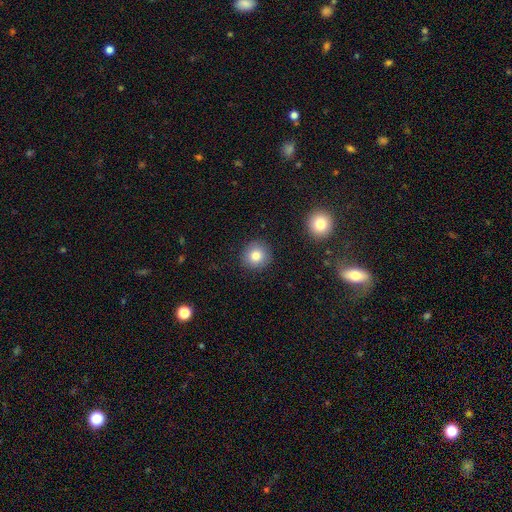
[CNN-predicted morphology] smooth-or-featured: smooth: 82% | star or artifact: 10% | featured or disk: 8%
  how-rounded: round: 92% | in between: 7% | cigar-shaped: 1%
  merging: none: 89% | minor disturbance: 7% | major disturbance: 2% | merger: 1%